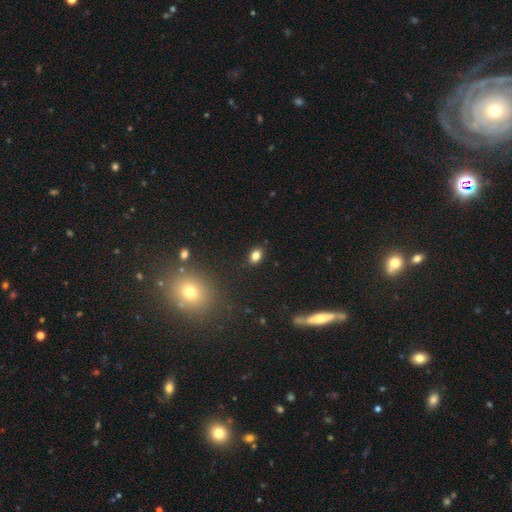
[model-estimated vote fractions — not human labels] This appears to be a smooth galaxy with no disk features (81%) that is in between round and cigar-shaped (81%). Merging: none (86%).